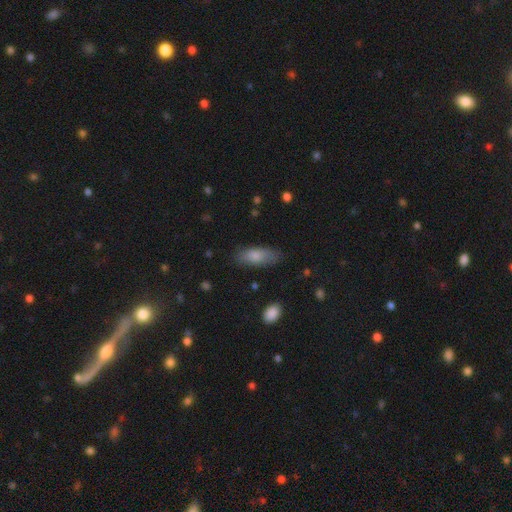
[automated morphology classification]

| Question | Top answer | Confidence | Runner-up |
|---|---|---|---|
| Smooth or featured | smooth | 82% | featured or disk (12%) |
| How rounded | in between | 76% | cigar-shaped (21%) |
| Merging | none | 77% | minor disturbance (18%) |